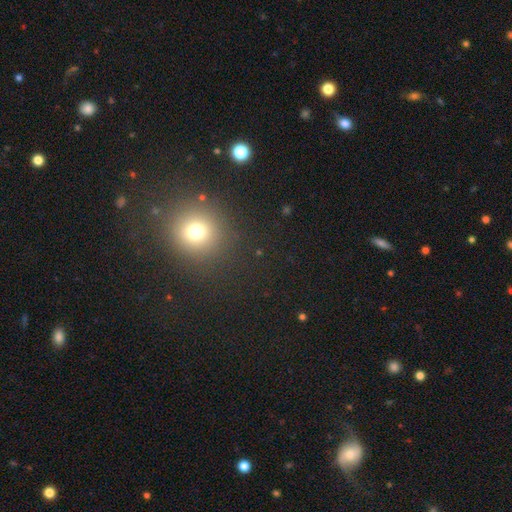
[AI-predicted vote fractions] Smooth or featured? Predicted: smooth (p=0.60). How rounded? Predicted: round (p=0.91). Merging? Predicted: none (p=0.90).